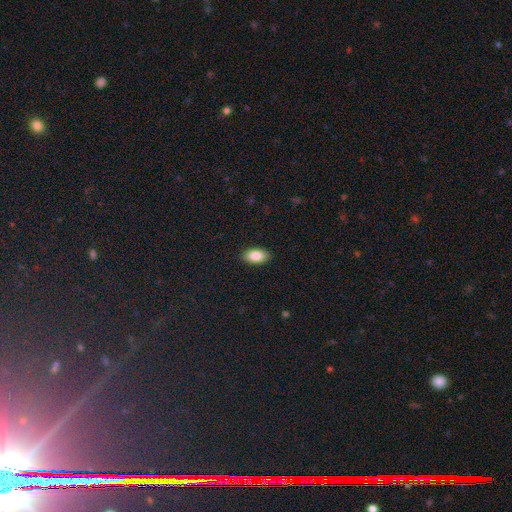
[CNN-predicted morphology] Q: Smooth or featured?
A: smooth (87%); runner-up: star or artifact (7%)
Q: How rounded?
A: in between (94%); runner-up: round (3%)
Q: Merging?
A: none (90%); runner-up: minor disturbance (8%)